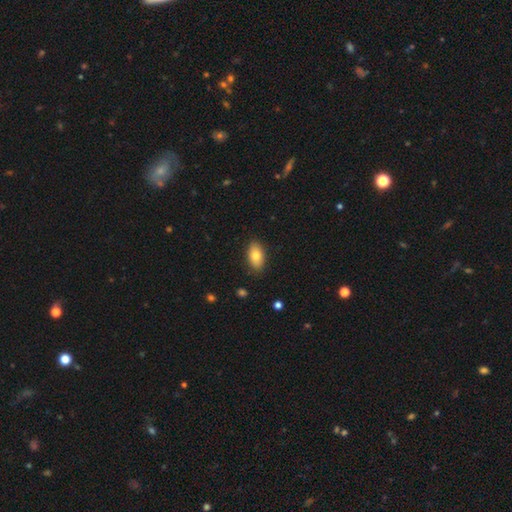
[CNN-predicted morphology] This appears to be a smooth galaxy with no disk features (80%) that is in between round and cigar-shaped (91%). Merging: none (87%).